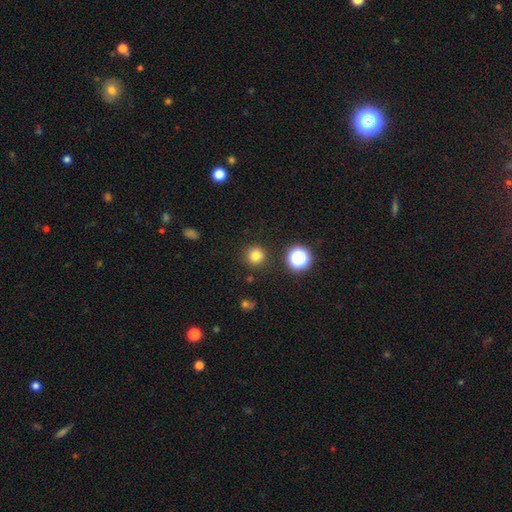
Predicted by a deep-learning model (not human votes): Q: Smooth or featured?
A: smooth (79%); runner-up: star or artifact (16%)
Q: How rounded?
A: round (94%); runner-up: in between (5%)
Q: Merging?
A: none (89%); runner-up: minor disturbance (6%)